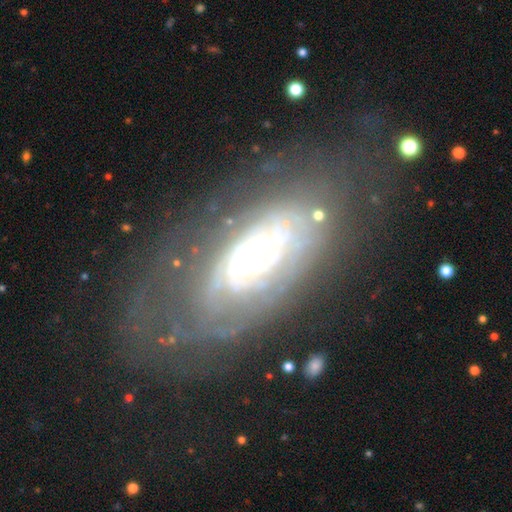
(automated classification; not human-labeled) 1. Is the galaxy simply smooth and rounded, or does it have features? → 81% featured or disk, 12% smooth, 7% star or artifact.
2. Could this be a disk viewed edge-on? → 91% no, 9% yes.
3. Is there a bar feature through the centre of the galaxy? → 64% no, 26% weak, 11% strong.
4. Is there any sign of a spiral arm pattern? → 87% yes, 13% no.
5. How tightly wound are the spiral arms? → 72% tight, 21% medium, 7% loose.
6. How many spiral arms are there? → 55% can't tell, 15% 2, 9% 3, 8% 4, 8% more than 4, 5% 1.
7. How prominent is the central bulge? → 52% moderate, 30% small, 14% large, 2% dominant, 2% none.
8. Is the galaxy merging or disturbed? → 59% none, 21% minor disturbance, 18% major disturbance, 2% merger.